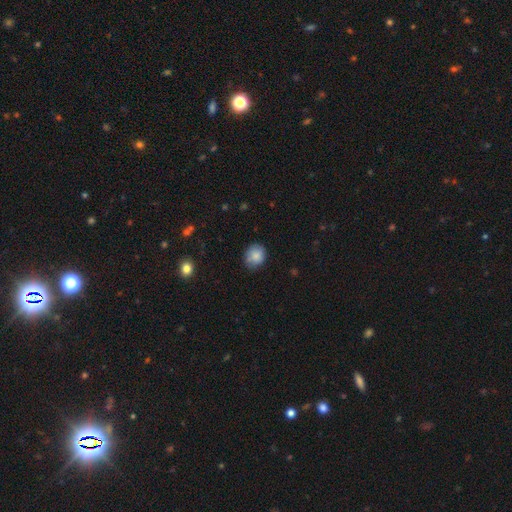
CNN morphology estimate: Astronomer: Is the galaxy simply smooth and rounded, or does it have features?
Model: smooth — 84%.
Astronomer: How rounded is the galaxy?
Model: round — 66%.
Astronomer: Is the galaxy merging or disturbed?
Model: none — 75%.